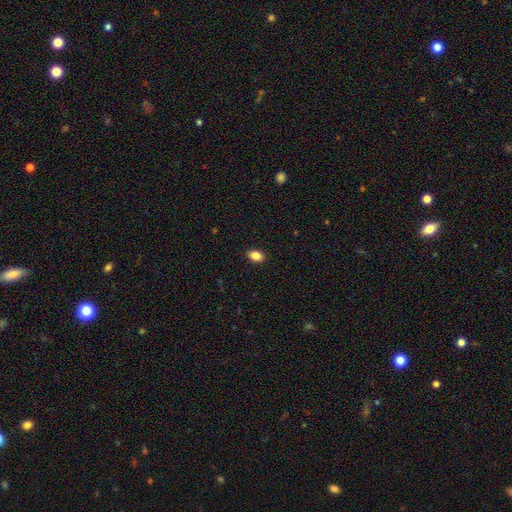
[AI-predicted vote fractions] smooth 85%, star or artifact 9%, featured or disk 6%. Down the decision tree: how rounded — in between (84%); merging — none (90%).